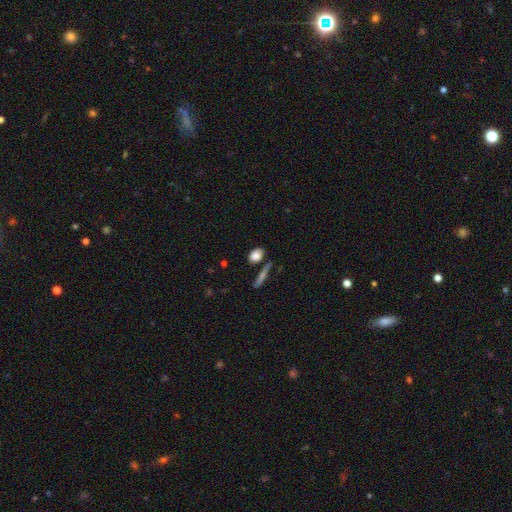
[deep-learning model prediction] Smooth or featured? smooth (83%)
How rounded? in between (60%)
Merging? none (70%)